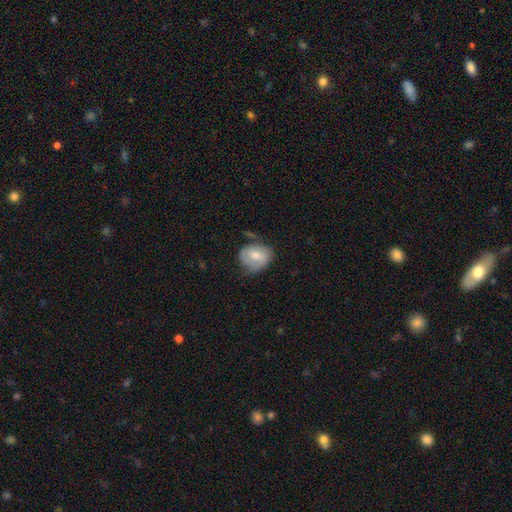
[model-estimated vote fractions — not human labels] Smooth or featured?
  - smooth: 61% *
  - featured or disk: 33%
  - star or artifact: 7%
How rounded?
  - round: 55% *
  - in between: 44%
  - cigar-shaped: 1%
Merging?
  - none: 56% *
  - minor disturbance: 30%
  - major disturbance: 9%
  - merger: 4%